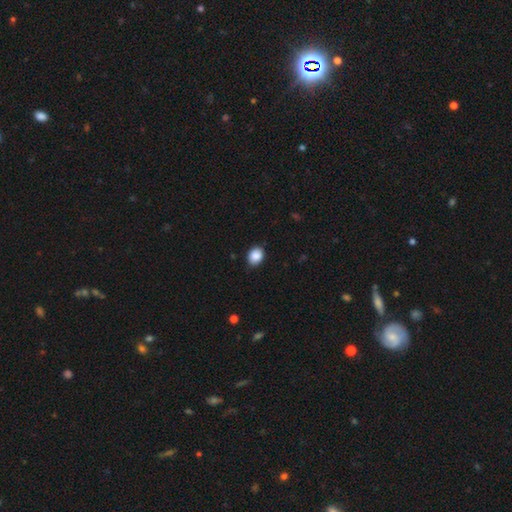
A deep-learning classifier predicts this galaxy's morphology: This appears to be a smooth galaxy with no disk features (89%) that is in between round and cigar-shaped (51%). Merging: none (85%).